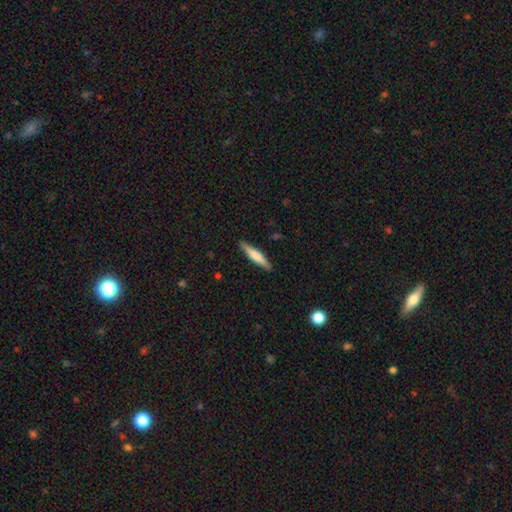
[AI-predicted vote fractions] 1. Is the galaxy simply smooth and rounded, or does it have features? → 58% smooth, 37% featured or disk, 5% star or artifact.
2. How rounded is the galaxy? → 88% cigar-shaped, 10% in between, 1% round.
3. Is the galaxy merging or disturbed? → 89% none, 8% minor disturbance, 2% major disturbance, 1% merger.